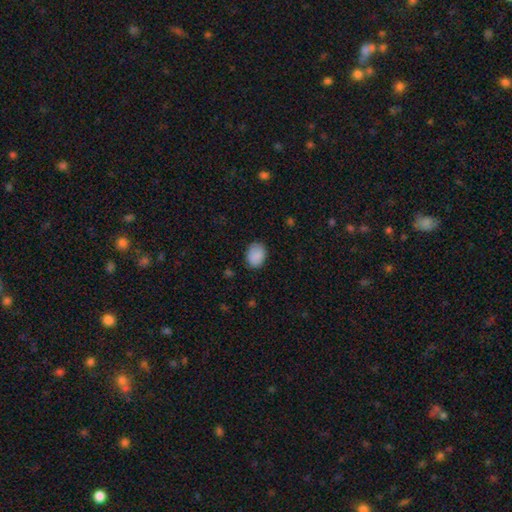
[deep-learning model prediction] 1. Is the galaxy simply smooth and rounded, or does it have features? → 88% smooth, 7% star or artifact, 4% featured or disk.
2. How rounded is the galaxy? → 69% in between, 30% round, 1% cigar-shaped.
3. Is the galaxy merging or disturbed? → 81% none, 15% minor disturbance, 3% major disturbance, 1% merger.